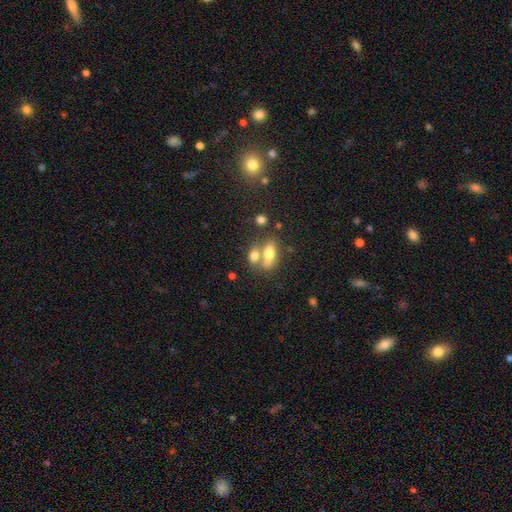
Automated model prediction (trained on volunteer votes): Smooth or featured: smooth — 65% (featured or disk — 23%)
How rounded: in between — 79% (round — 12%)
Merging: merger — 49% (none — 37%)